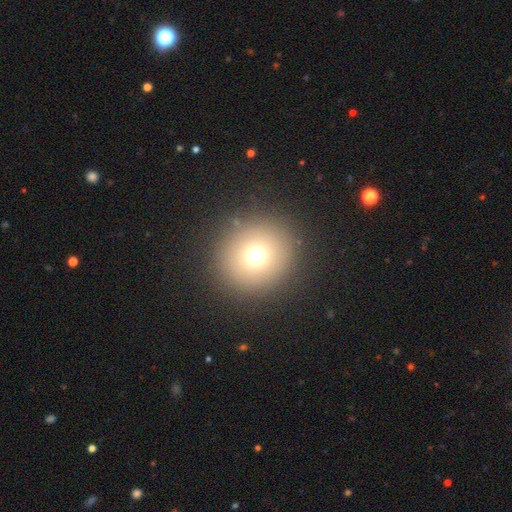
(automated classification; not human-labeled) Smooth or featured: smooth — 70% (star or artifact — 20%)
How rounded: round — 92% (in between — 7%)
Merging: none — 89% (minor disturbance — 6%)